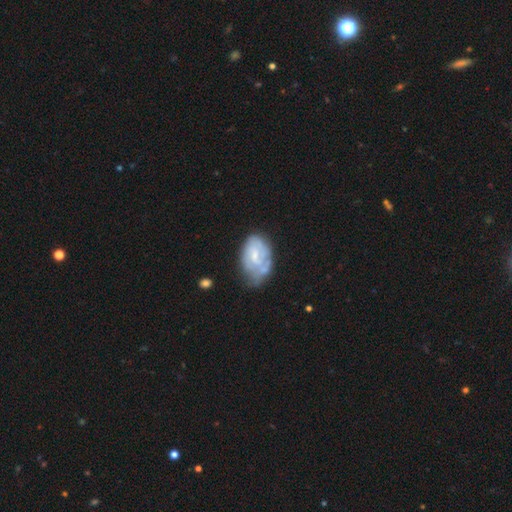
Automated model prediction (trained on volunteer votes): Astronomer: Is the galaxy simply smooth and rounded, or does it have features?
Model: featured or disk — 60%.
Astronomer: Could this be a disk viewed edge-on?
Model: no — 97%.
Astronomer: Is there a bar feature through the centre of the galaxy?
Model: no — 50% (runner-up: weak, 42%).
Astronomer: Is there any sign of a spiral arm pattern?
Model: yes — 63%.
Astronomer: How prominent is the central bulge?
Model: small — 51% (runner-up: moderate, 33%).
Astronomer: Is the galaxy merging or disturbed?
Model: none — 39% (runner-up: minor disturbance, 37%).